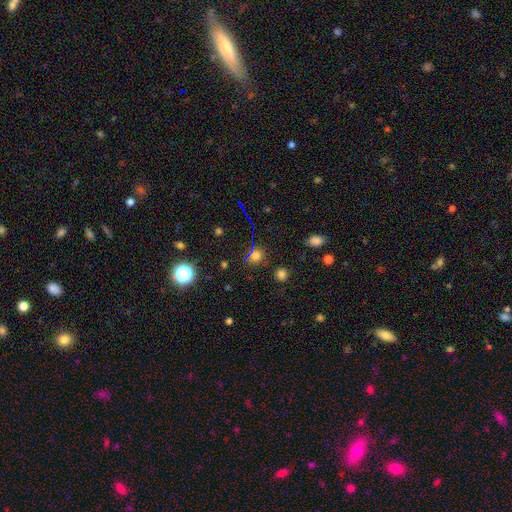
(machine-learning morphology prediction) A smooth galaxy with no disk features (53%) that is round (83%). Merging: none (81%).